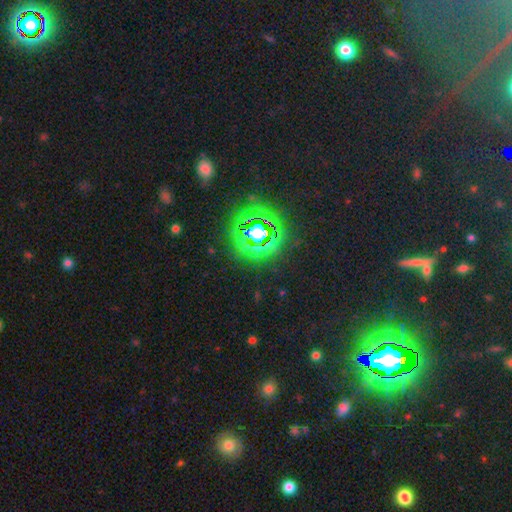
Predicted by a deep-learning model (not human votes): This is likely a star or artifact rather than a galaxy (79%).